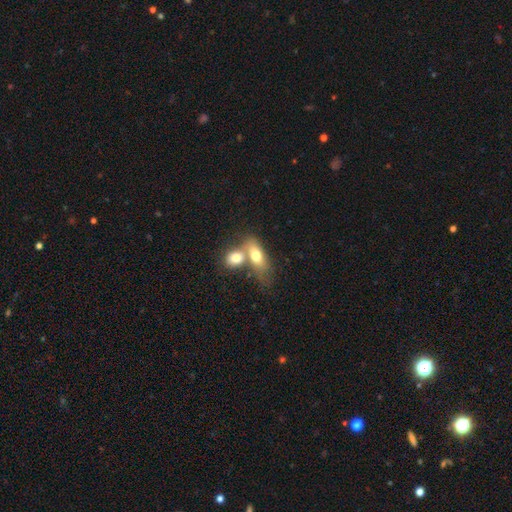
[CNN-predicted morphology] Smooth or featured: smooth — 70% (featured or disk — 23%)
How rounded: in between — 76% (cigar-shaped — 12%)
Merging: merger — 63% (none — 24%)